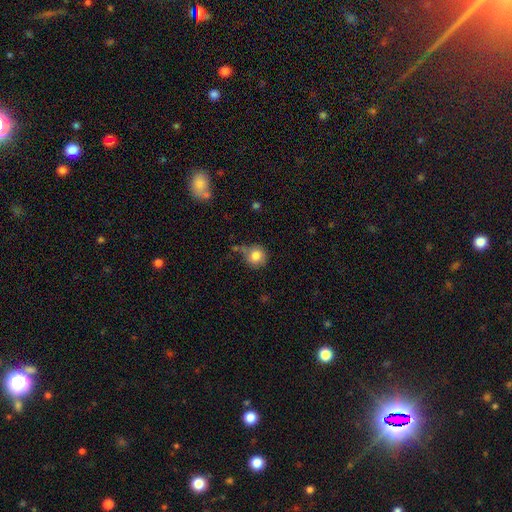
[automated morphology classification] This is clearly a smooth galaxy (83%). How rounded: clearly round (90%). Merging: likely none (63%).